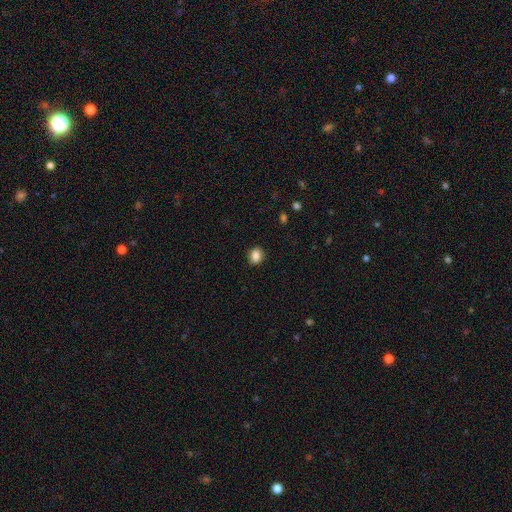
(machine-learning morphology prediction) Smooth or featured: smooth — 86% (star or artifact — 9%)
How rounded: round — 56% (in between — 43%)
Merging: none — 89% (minor disturbance — 8%)